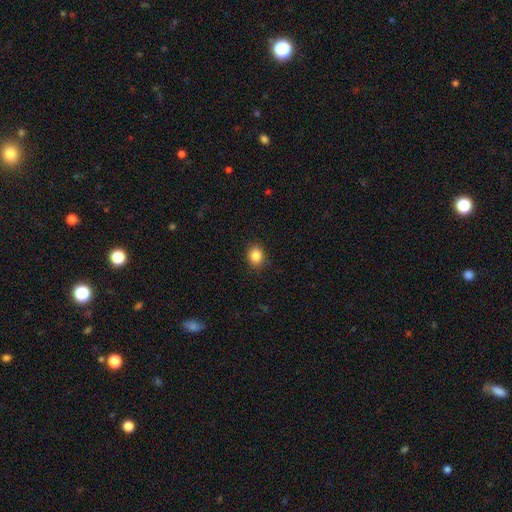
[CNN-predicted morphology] This appears to be a smooth galaxy with no disk features (85%) that is round (57%). Merging: none (88%).